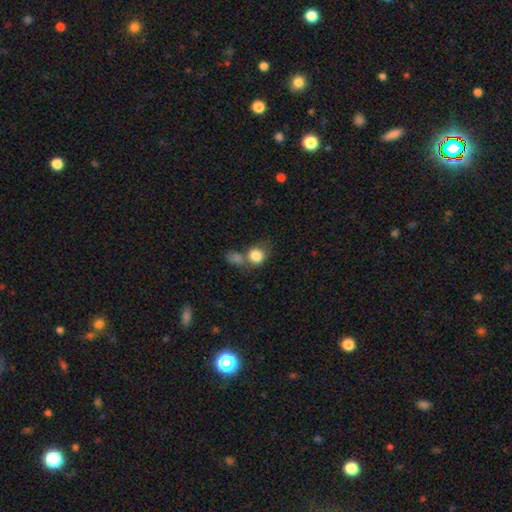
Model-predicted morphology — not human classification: smooth 83%, star or artifact 9%, featured or disk 8%. Down the decision tree: how rounded — round (77%); merging — none (41%).